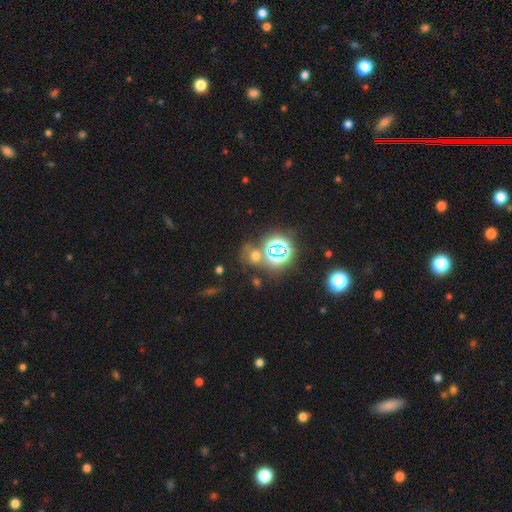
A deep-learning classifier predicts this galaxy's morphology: type=star or artifact (51%).